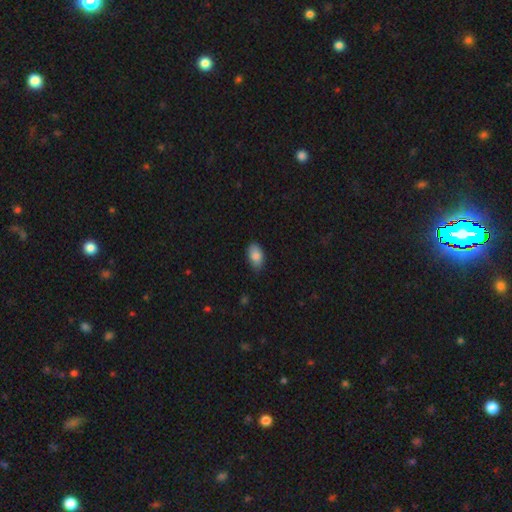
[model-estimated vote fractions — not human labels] Overall: smooth (86%). How rounded: in between (92%). Merging: none (76%).